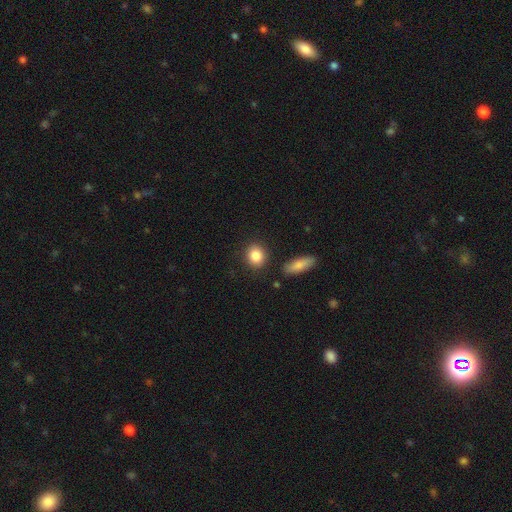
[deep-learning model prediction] Smooth or featured? Predicted: smooth (p=0.86). How rounded? Predicted: round (p=0.62). Merging? Predicted: none (p=0.85).